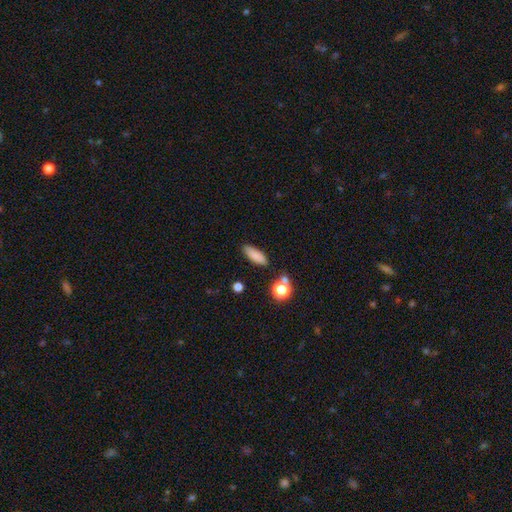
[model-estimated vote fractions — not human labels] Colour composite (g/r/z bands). It shows a smooth galaxy with no disk features (84%) that is in between round and cigar-shaped (61%). Merging: none (82%).